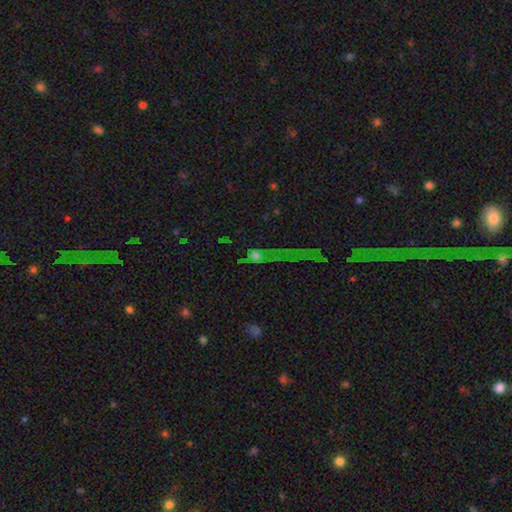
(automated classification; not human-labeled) Overall: star or artifact (66%).